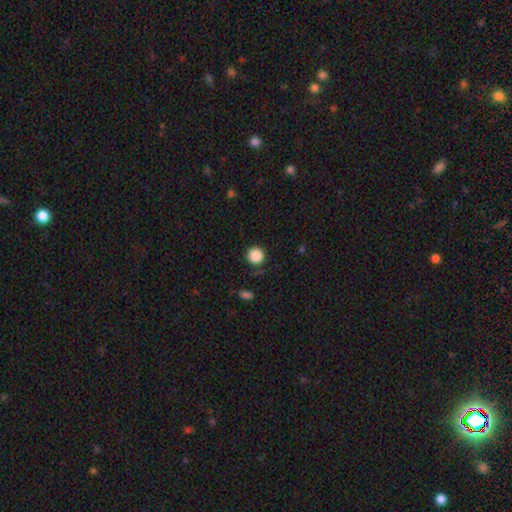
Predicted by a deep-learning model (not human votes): Smooth or featured? Predicted: smooth (p=0.87). How rounded? Predicted: round (p=0.95). Merging? Predicted: none (p=0.87).